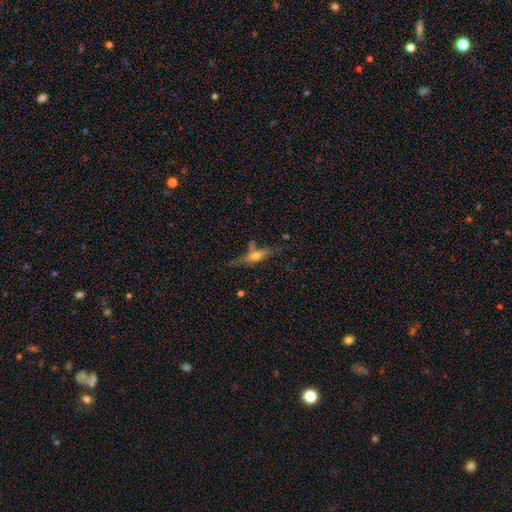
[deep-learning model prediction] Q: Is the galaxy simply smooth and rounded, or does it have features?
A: smooth — 46%.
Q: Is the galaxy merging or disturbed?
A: none — 57%.